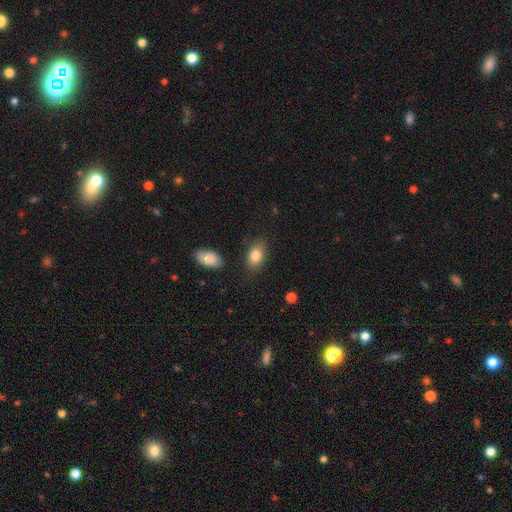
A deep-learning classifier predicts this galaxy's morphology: Smooth or featured: smooth — 83% (featured or disk — 9%)
How rounded: in between — 87% (round — 11%)
Merging: none — 82% (minor disturbance — 12%)